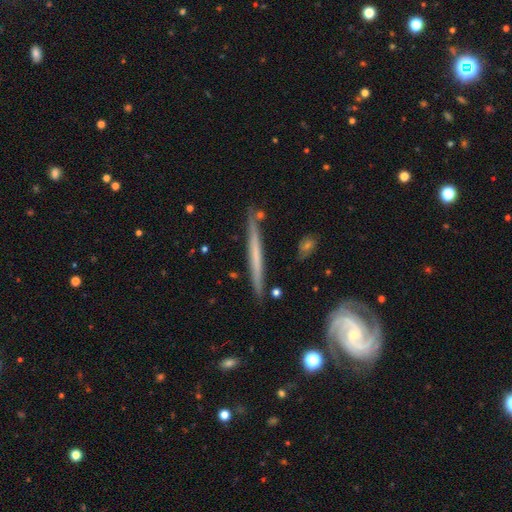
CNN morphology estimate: A featured or disk galaxy (65%) viewed edge-on (90%) with no central bulge (85%). Merging: none (84%).